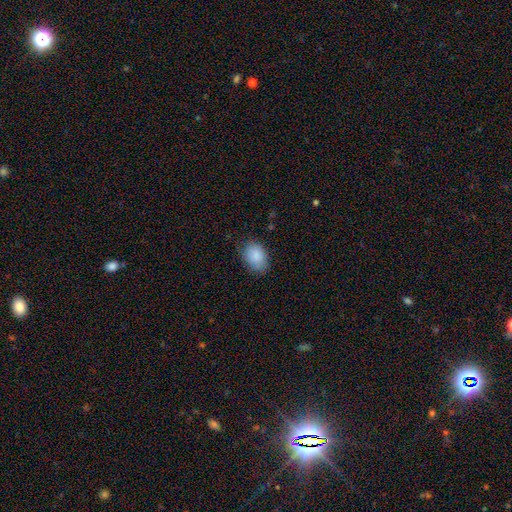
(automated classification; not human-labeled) The model was most divided on "how rounded": in between: 80%, round: 19%, cigar-shaped: 1%. More confident: smooth or featured — smooth (88%); merging — none (78%).